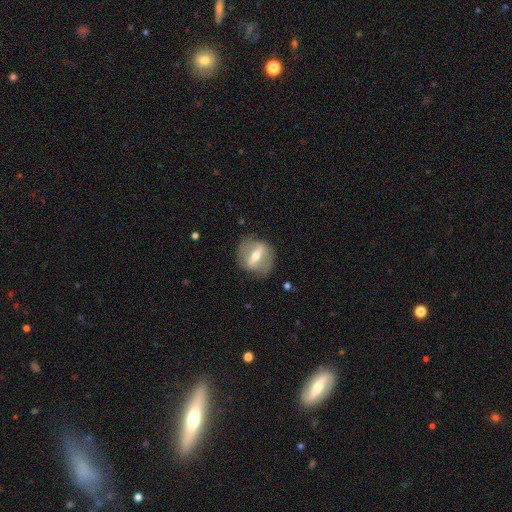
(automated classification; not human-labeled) Morphology: type=featured or disk (67%); edge-on=no (77%); bar=strong (70%); spiral arms=no (71%); bulge=moderate (65%); merging=none (77%).